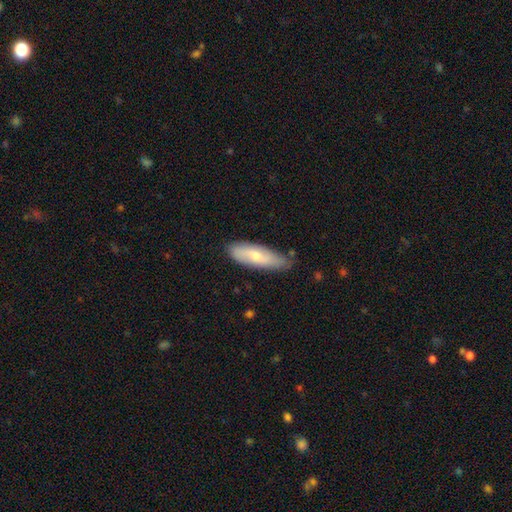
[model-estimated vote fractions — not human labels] smooth_or_featured: smooth (p=0.60) [alt: featured or disk p=0.34]
how_rounded: in between (p=0.52) [alt: cigar-shaped p=0.46]
merging: none (p=0.73) [alt: minor disturbance p=0.22]